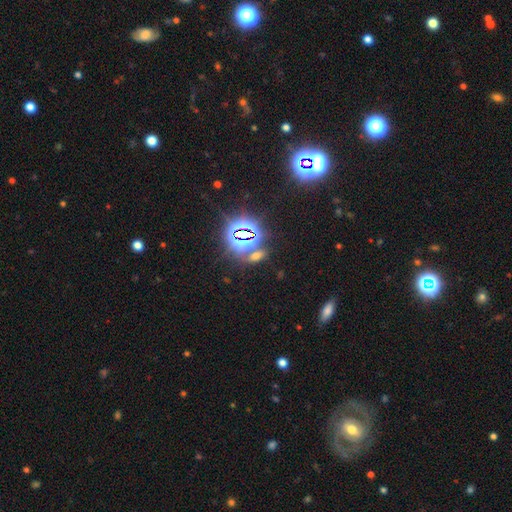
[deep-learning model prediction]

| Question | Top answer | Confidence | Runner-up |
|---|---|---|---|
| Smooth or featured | star or artifact | 56% | smooth (34%) |